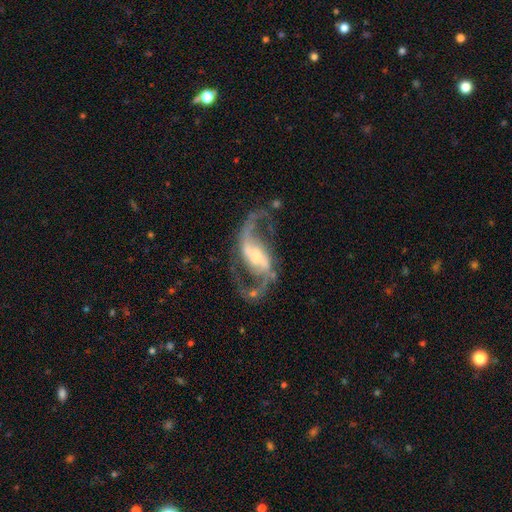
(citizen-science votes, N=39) Smooth or featured? featured or disk (90%)
Edge-on disk? no (97%)
Bar? strong (59%)
Spiral arms? yes (100%)
Spiral winding? medium (62%)
Spiral arm count? 2 (100%)
Bulge size? small (56%)
Merging? none (75%)